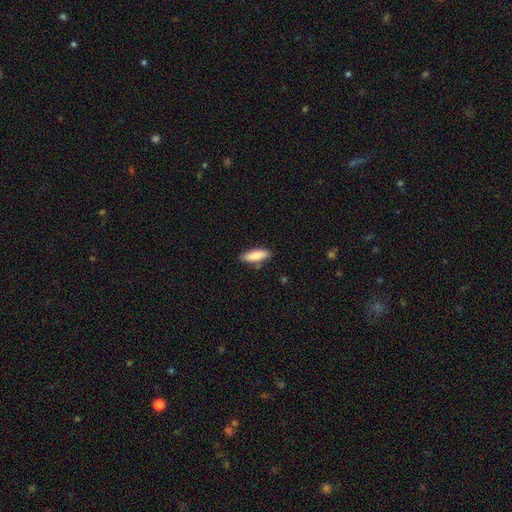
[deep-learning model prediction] The model was most divided on "how rounded": in between: 59%, cigar-shaped: 39%, round: 2%. More confident: smooth or featured — smooth (83%); merging — none (81%).